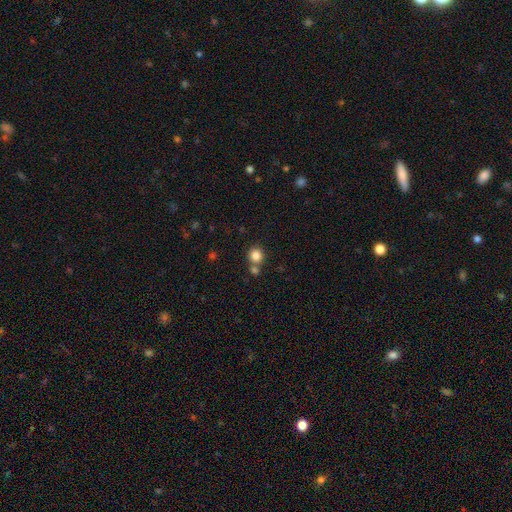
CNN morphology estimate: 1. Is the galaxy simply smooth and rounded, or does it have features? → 84% smooth, 11% star or artifact, 5% featured or disk.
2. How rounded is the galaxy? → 88% round, 11% in between, 1% cigar-shaped.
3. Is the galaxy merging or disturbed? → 64% none, 26% merger, 8% minor disturbance, 3% major disturbance.